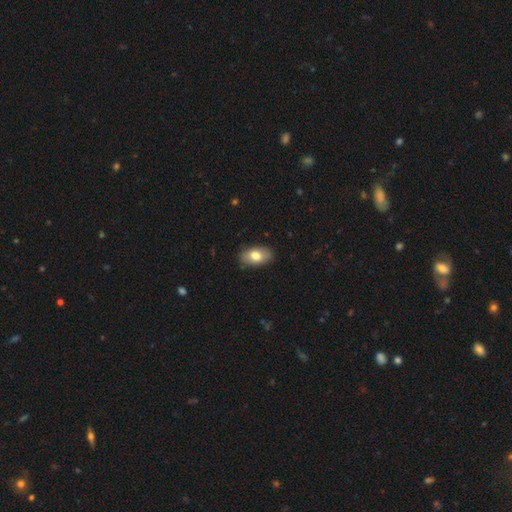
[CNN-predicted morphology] Overall: smooth (77%). How rounded: in between (91%). Merging: none (85%).